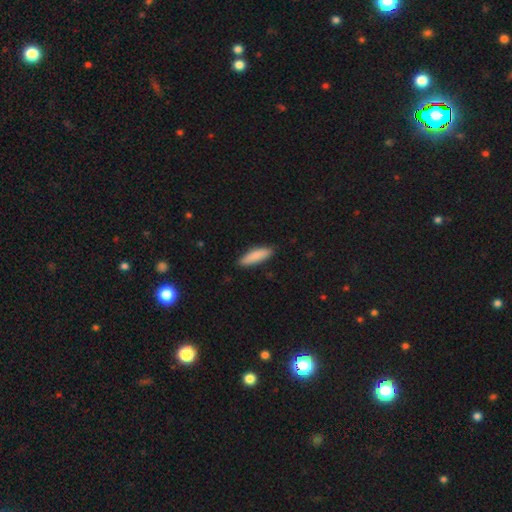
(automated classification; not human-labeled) A smooth galaxy with no disk features (87%) that is cigar-shaped (61%).

Vote fractions:
- Smooth or featured? smooth: 87% / featured or disk: 8% / star or artifact: 5%
- How rounded? cigar-shaped: 61% / in between: 38% / round: 2%
- Merging? none: 87% / minor disturbance: 10% / major disturbance: 2% / merger: 1%